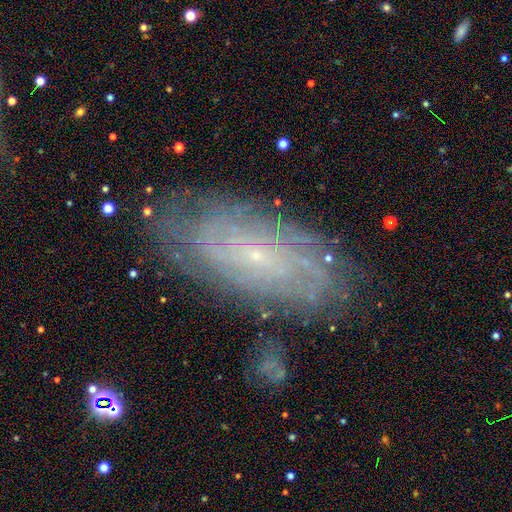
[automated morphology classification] The model was most divided on "spiral arm count": can't tell: 46%, more than 4: 14%, 4: 14%, 2: 10%, 3: 10%, 1: 7%. More confident: spiral arms — yes (94%); edge-on disk — no (92%); bulge size — small (89%); merging — none (81%); smooth or featured — featured or disk (77%); spiral winding — tight (76%); bar — no (66%).